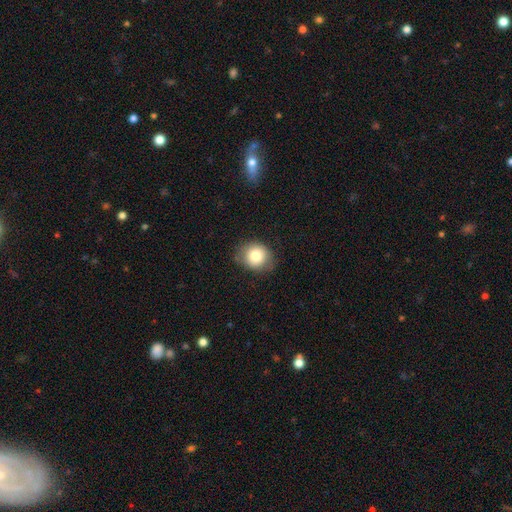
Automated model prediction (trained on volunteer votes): Smooth or featured?
  - smooth: 79% *
  - featured or disk: 12%
  - star or artifact: 9%
How rounded?
  - round: 74% *
  - in between: 25%
  - cigar-shaped: 1%
Merging?
  - none: 74% *
  - minor disturbance: 20%
  - major disturbance: 5%
  - merger: 1%